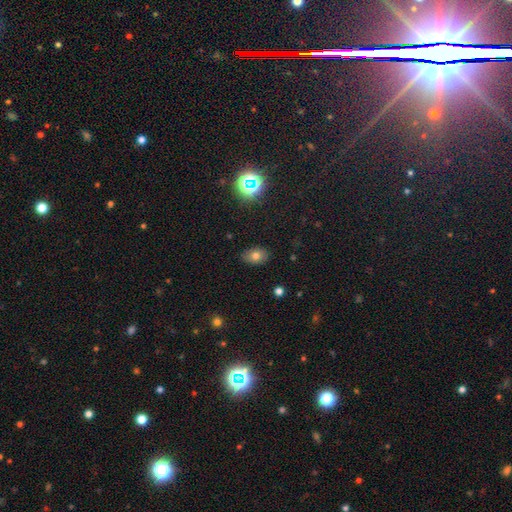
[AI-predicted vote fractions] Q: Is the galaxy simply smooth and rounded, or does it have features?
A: smooth — 70%.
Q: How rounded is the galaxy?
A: in between — 79%.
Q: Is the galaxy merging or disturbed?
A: none — 82%.